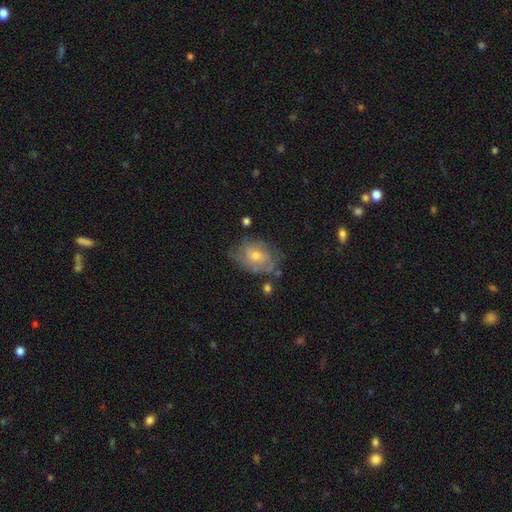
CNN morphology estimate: Q: Smooth or featured?
A: featured or disk (51%); runner-up: smooth (38%)
Q: Edge-on disk?
A: no (95%); runner-up: yes (5%)
Q: Merging?
A: none (60%); runner-up: minor disturbance (26%)